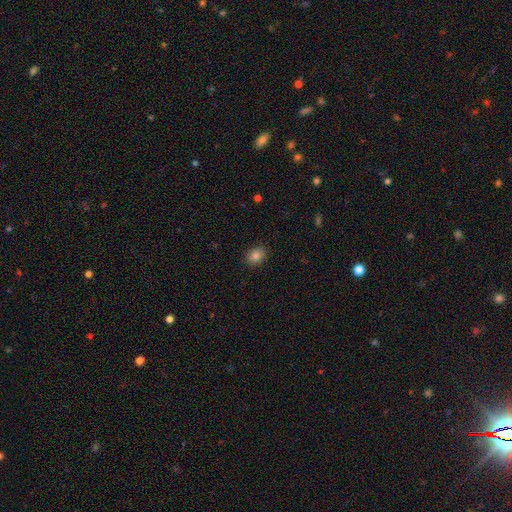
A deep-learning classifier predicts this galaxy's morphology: This is clearly a smooth galaxy (83%). How rounded: possibly in between (57%). Merging: clearly none (89%).